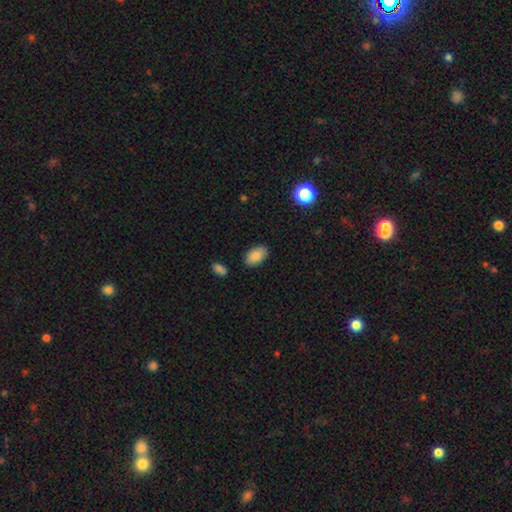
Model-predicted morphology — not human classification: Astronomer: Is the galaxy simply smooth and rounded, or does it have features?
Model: smooth — 86%.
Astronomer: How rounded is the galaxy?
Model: in between — 93%.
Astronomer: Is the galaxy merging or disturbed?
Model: none — 84%.